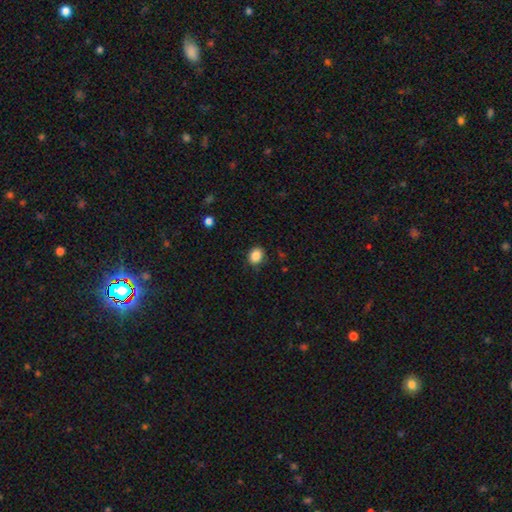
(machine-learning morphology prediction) The model was most divided on "how rounded": in between: 54%, round: 45%, cigar-shaped: 1%. More confident: smooth or featured — smooth (87%); merging — none (85%).